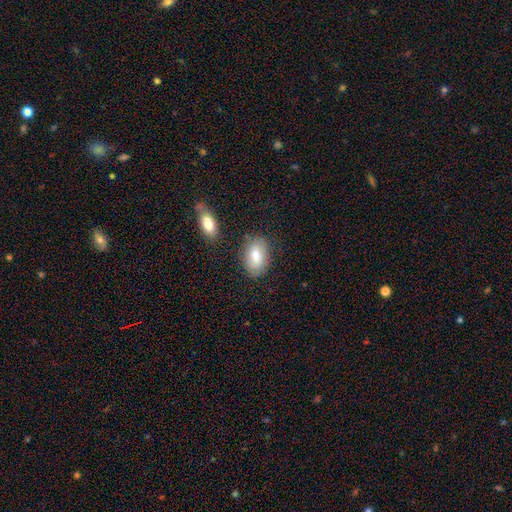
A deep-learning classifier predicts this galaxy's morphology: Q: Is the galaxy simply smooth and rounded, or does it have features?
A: smooth — 79%.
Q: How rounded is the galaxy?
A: in between — 89%.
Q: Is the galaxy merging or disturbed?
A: none — 79%.